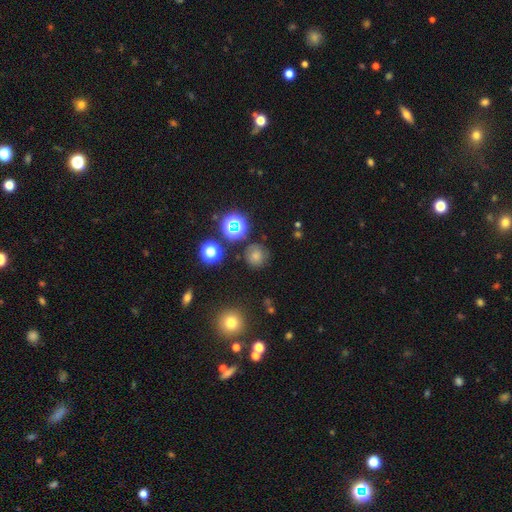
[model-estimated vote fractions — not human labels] Smooth or featured? smooth (67%)
How rounded? round (91%)
Merging? none (80%)